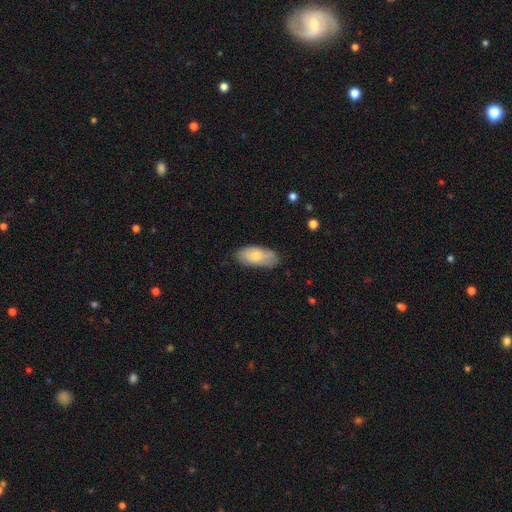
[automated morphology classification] smooth-or-featured: smooth: 72% | featured or disk: 22% | star or artifact: 6%
  how-rounded: in between: 92% | cigar-shaped: 6% | round: 3%
  merging: none: 73% | minor disturbance: 22% | major disturbance: 4% | merger: 1%